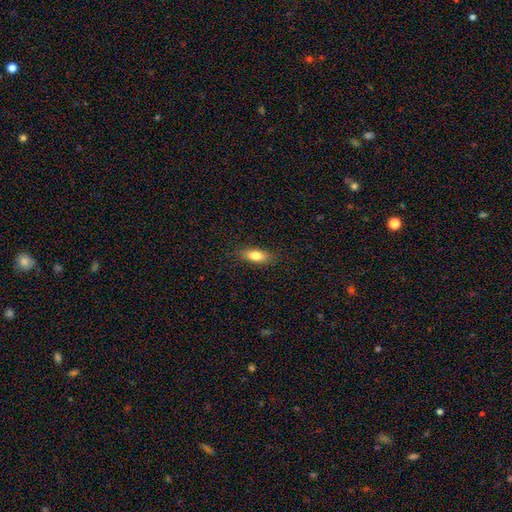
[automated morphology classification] The model was most divided on "how rounded": in between: 77%, cigar-shaped: 20%, round: 3%. More confident: merging — none (86%); smooth or featured — smooth (80%).